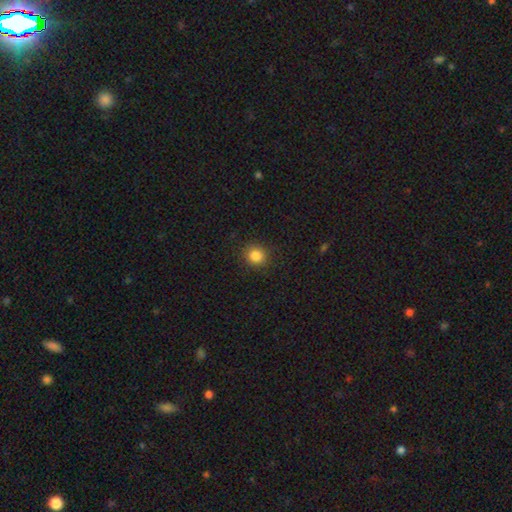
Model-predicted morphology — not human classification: A smooth galaxy with no disk features (85%) that is round (86%). Merging: none (90%).